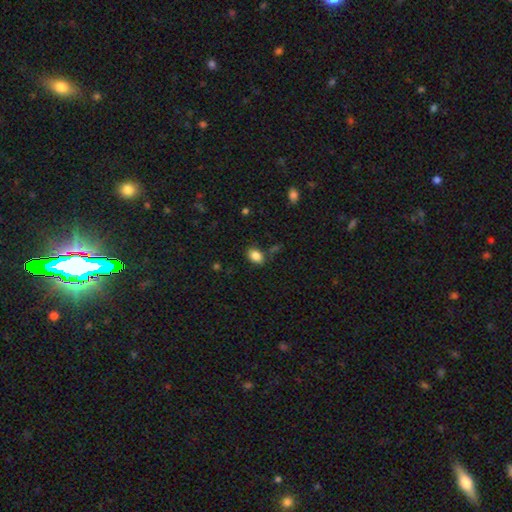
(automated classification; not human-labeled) A smooth galaxy with no disk features (86%) that is in between round and cigar-shaped (78%).

Vote fractions:
- Smooth or featured? smooth: 86% / star or artifact: 9% / featured or disk: 5%
- How rounded? in between: 78% / round: 20% / cigar-shaped: 1%
- Merging? none: 80% / minor disturbance: 13% / merger: 4% / major disturbance: 3%